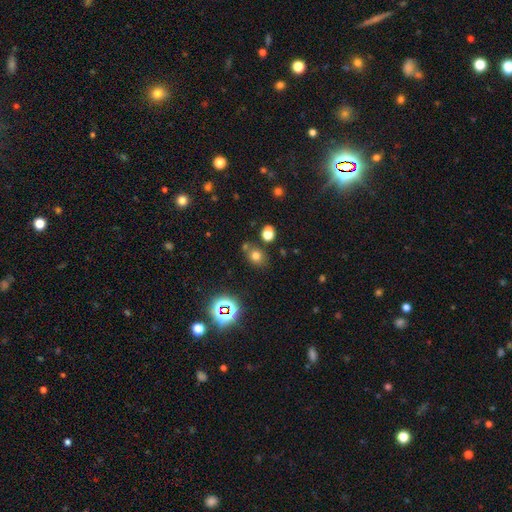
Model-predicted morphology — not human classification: smooth 68%, star or artifact 23%, featured or disk 9%. Down the decision tree: how rounded — round (59%); merging — none (70%).